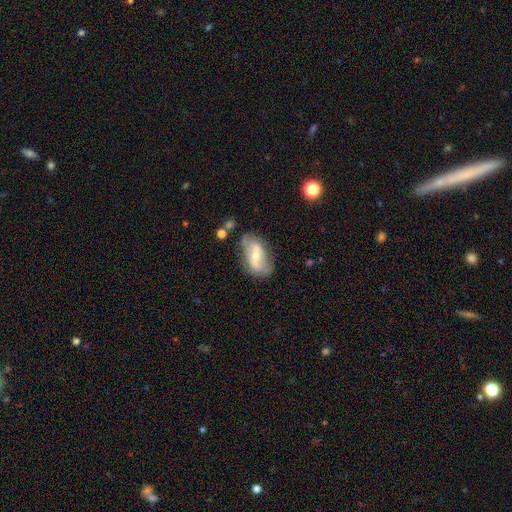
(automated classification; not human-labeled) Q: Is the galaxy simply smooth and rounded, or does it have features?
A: featured or disk — 65%.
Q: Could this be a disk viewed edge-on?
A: no — 90%.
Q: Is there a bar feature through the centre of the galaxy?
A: strong — 51%.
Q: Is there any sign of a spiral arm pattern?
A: yes — 58%.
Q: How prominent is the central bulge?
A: moderate — 55%.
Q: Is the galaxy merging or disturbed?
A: none — 66%.